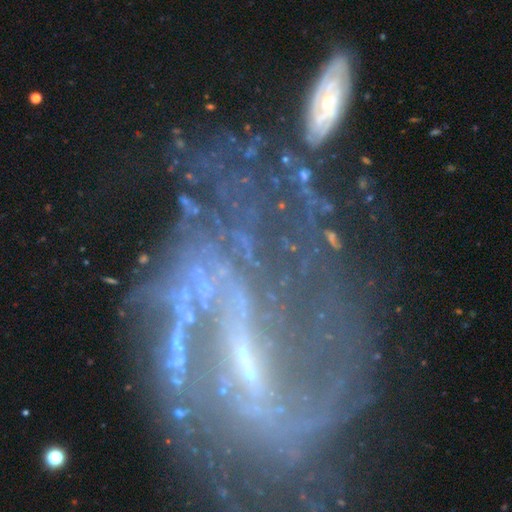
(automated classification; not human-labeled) This is clearly a featured or disk galaxy (83%). It is clearly not viewed edge-on (95%). Bar: possibly strong (47%). Spiral arm pattern: clearly yes (82%). Spiral arm count: possibly 2 (52%). Spiral winding: marginally loose (41%). Central bulge: possibly small (55%). Merging: marginally none (41%).